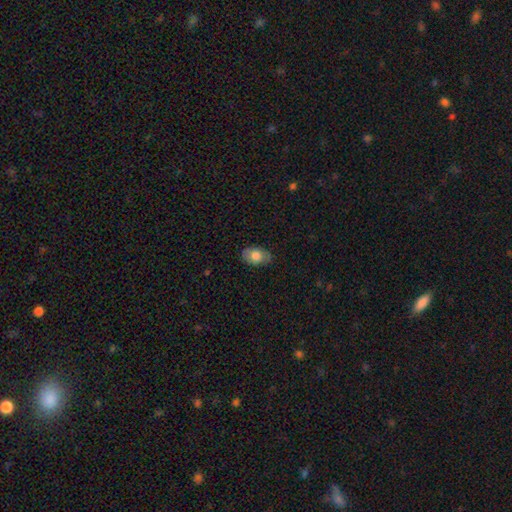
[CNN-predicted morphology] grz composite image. It shows a smooth galaxy with no disk features (75%) that is in between round and cigar-shaped (87%). Merging: none (79%).